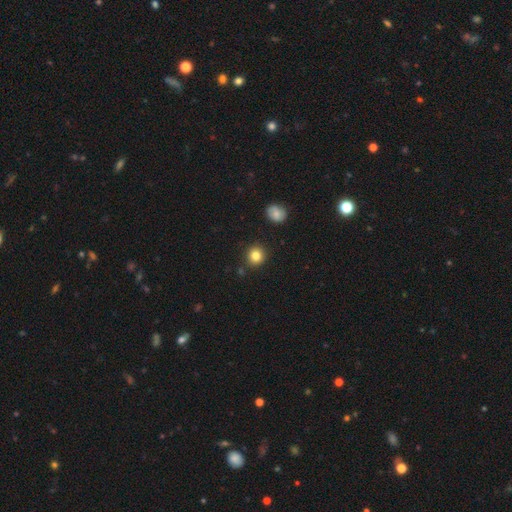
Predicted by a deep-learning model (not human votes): Smooth or featured?
  - smooth: 83% *
  - star or artifact: 11%
  - featured or disk: 6%
How rounded?
  - round: 90% *
  - in between: 9%
  - cigar-shaped: 1%
Merging?
  - none: 89% *
  - minor disturbance: 7%
  - merger: 3%
  - major disturbance: 2%